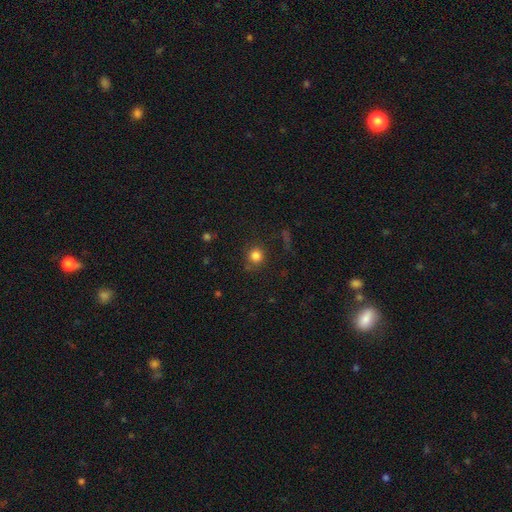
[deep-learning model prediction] The model was most divided on "merging": none: 80%, minor disturbance: 13%, major disturbance: 5%, merger: 2%. More confident: how rounded — round (90%); smooth or featured — smooth (82%).